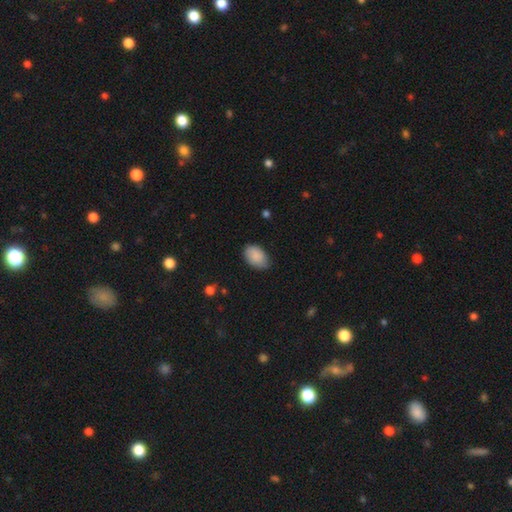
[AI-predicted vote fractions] Q: Smooth or featured?
A: smooth (89%); runner-up: star or artifact (6%)
Q: How rounded?
A: in between (90%); runner-up: round (9%)
Q: Merging?
A: none (75%); runner-up: minor disturbance (21%)